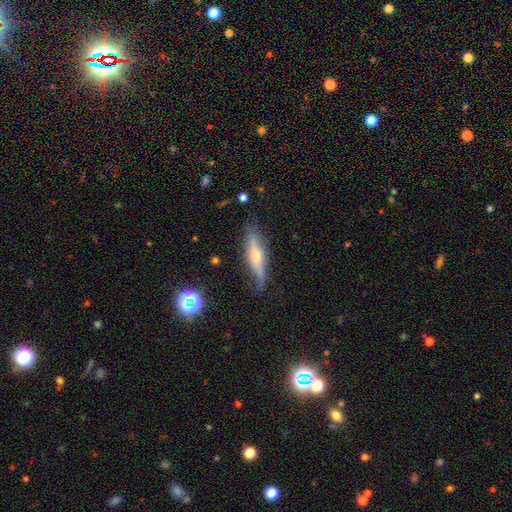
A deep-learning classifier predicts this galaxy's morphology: A featured or disk galaxy (56%) viewed edge-on (83%).

Vote fractions:
- Smooth or featured? featured or disk: 56% / smooth: 35% / star or artifact: 8%
- Edge-on disk? yes: 83% / no: 17%
- Merging? none: 72% / minor disturbance: 21% / major disturbance: 5% / merger: 2%